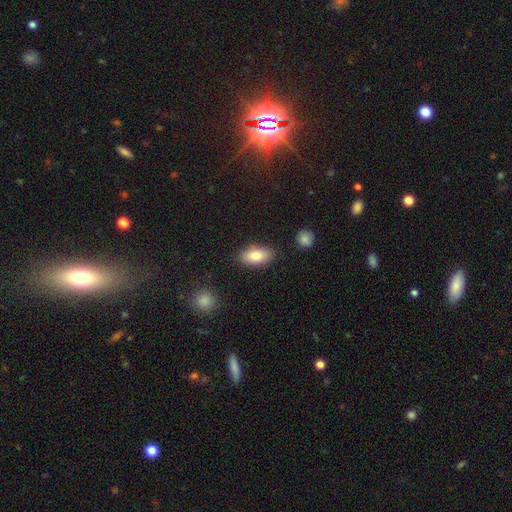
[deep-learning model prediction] Overall: smooth (83%). How rounded: in between (90%). Merging: none (83%).